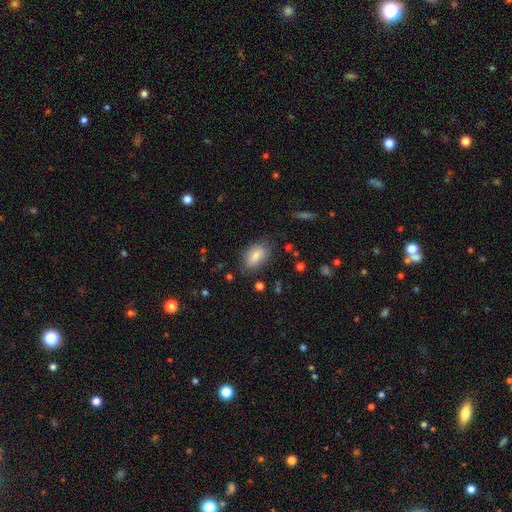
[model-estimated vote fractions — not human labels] Morphology: type=smooth (76%); roundness=in between (88%); merging=none (76%).